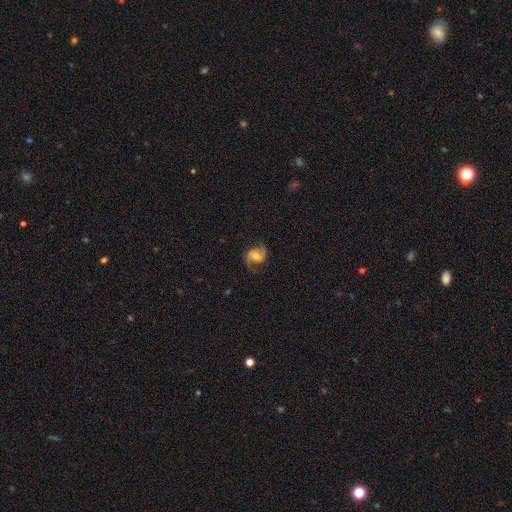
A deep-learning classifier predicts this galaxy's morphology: A featured or disk galaxy (77%) with no bar (51%), 2 (92%) medium (44%) spiral arms (94%) and a moderate central bulge (59%). Merging: none (78%).